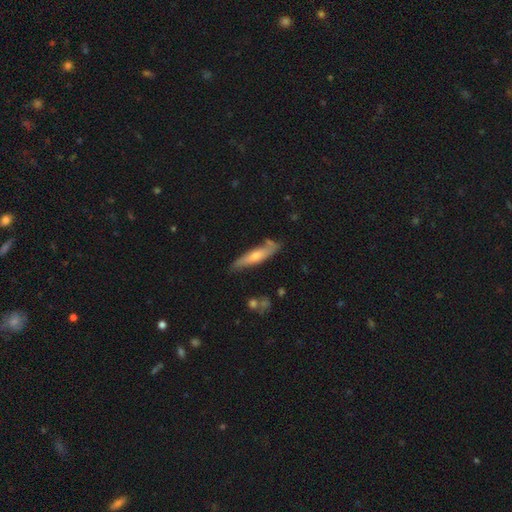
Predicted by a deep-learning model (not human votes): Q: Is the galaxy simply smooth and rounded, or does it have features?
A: smooth — 48%.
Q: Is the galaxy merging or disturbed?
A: none — 73%.